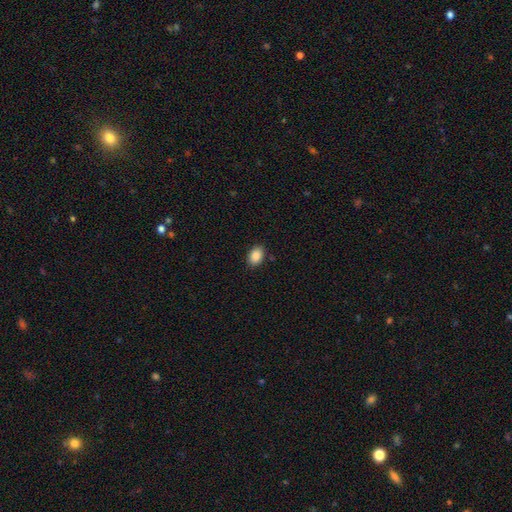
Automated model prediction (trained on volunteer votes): Q: Smooth or featured?
A: smooth (87%); runner-up: star or artifact (8%)
Q: How rounded?
A: in between (80%); runner-up: round (19%)
Q: Merging?
A: none (88%); runner-up: minor disturbance (9%)